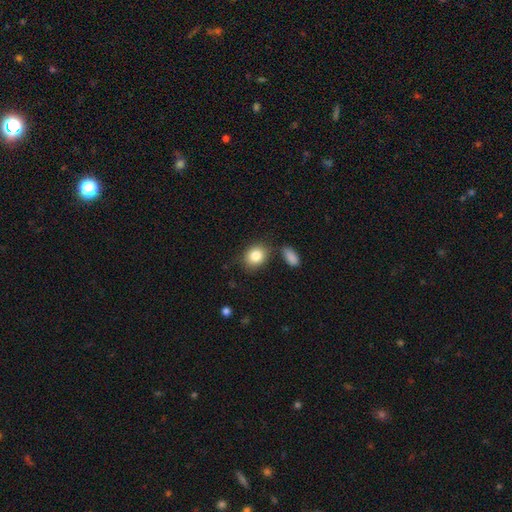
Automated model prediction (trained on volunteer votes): Smooth or featured?
  - smooth: 84% *
  - star or artifact: 8%
  - featured or disk: 7%
How rounded?
  - round: 50% *
  - in between: 49%
  - cigar-shaped: 1%
Merging?
  - none: 73% *
  - minor disturbance: 14%
  - merger: 8%
  - major disturbance: 4%